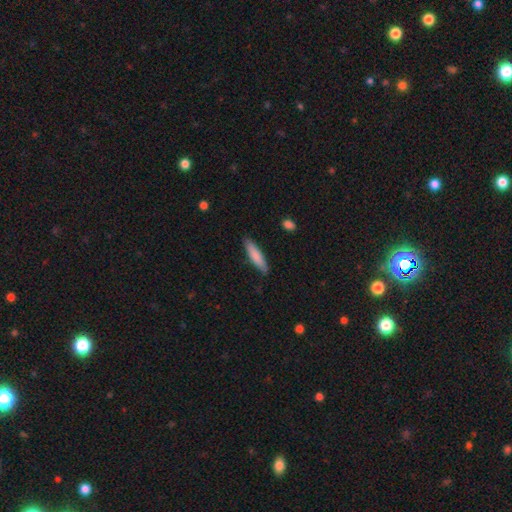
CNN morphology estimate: This is clearly a smooth galaxy (80%). How rounded: likely cigar-shaped (79%). Merging: clearly none (85%).